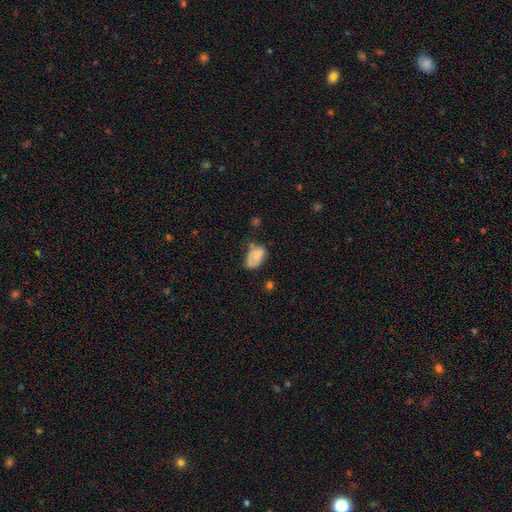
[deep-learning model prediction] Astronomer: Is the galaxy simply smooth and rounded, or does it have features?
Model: smooth — 67%.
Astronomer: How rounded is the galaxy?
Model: in between — 86%.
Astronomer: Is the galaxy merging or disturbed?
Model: none — 42% (runner-up: minor disturbance, 36%).